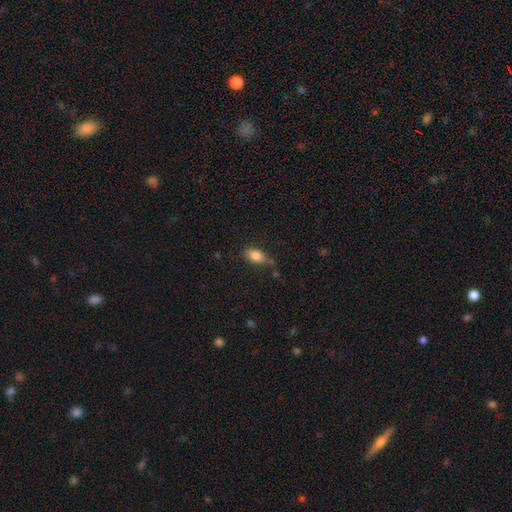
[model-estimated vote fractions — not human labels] smooth 82%, featured or disk 9%, star or artifact 9%. Down the decision tree: how rounded — in between (85%); merging — none (66%).